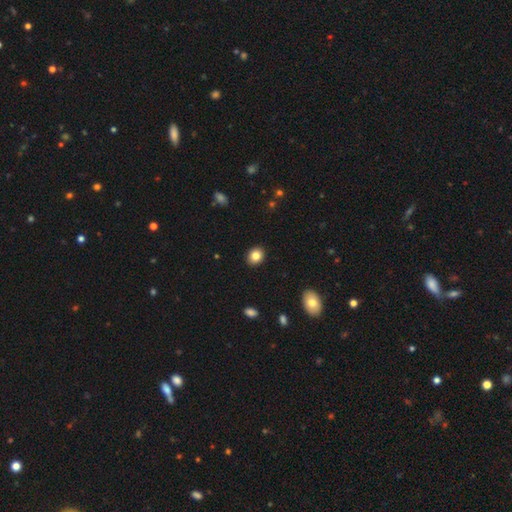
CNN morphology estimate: Q: Smooth or featured?
A: smooth (84%); runner-up: star or artifact (9%)
Q: How rounded?
A: round (55%); runner-up: in between (44%)
Q: Merging?
A: none (91%); runner-up: minor disturbance (6%)